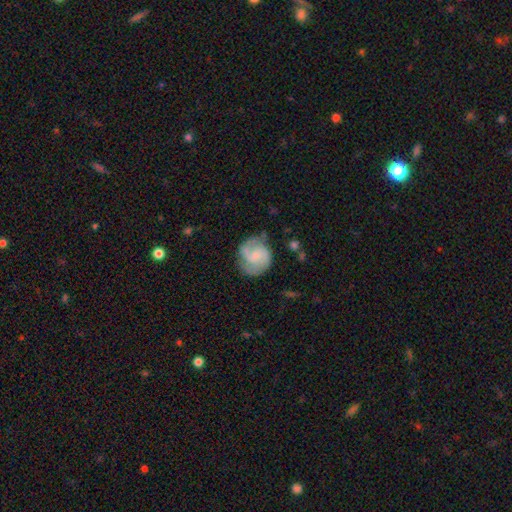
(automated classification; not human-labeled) Morphology: type=featured or disk (64%); edge-on=no (98%); bar=no (51%); spiral arms=yes (90%); winding=medium (47%); arm count=2 (72%); bulge=none (41%); merging=none (63%).